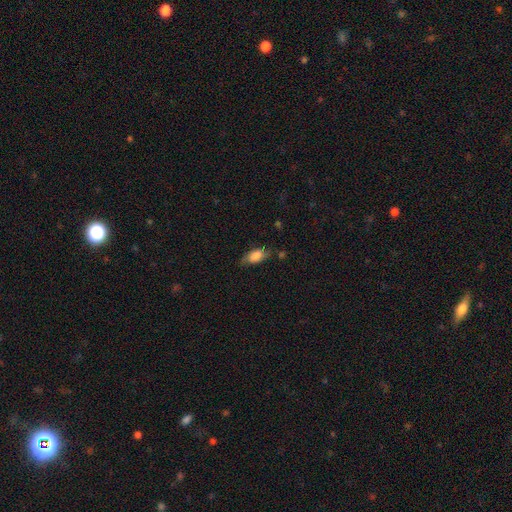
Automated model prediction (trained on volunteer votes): Morphology: type=smooth (78%); roundness=in between (86%); merging=none (63%).